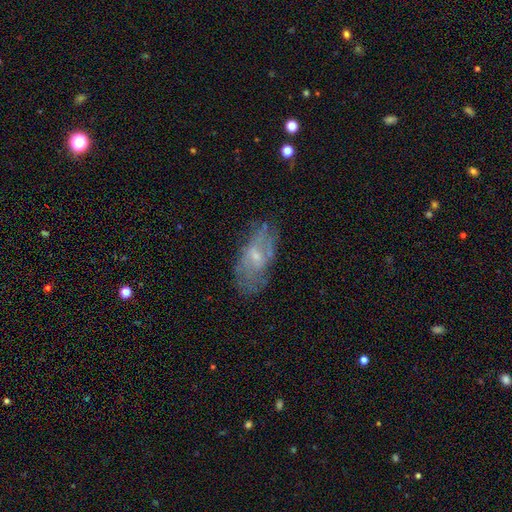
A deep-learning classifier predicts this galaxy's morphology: A featured or disk galaxy (56%). Merging: none (64%).